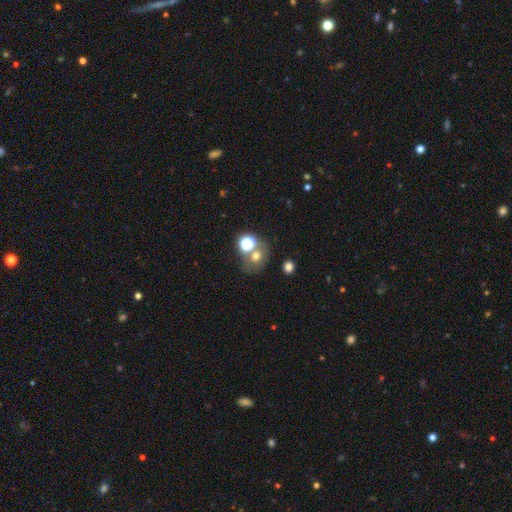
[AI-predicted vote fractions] Overall: smooth (61%; star or artifact 22%). How rounded: round (60%; in between 39%). Merging: none (50%; merger 32%).